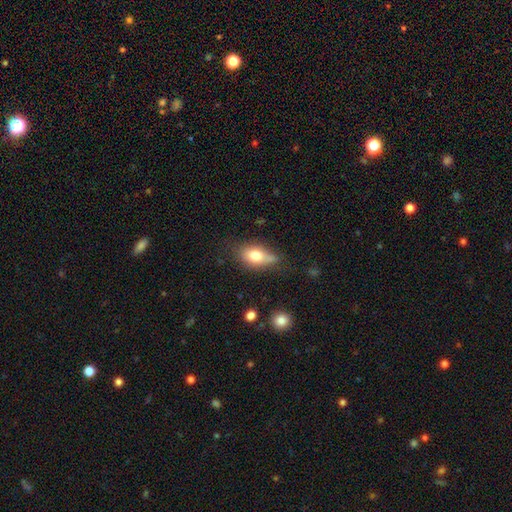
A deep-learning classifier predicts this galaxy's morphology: Smooth or featured?
  - smooth: 73% *
  - featured or disk: 18%
  - star or artifact: 9%
How rounded?
  - in between: 84% *
  - round: 11%
  - cigar-shaped: 6%
Merging?
  - none: 54% *
  - minor disturbance: 31%
  - major disturbance: 9%
  - merger: 6%